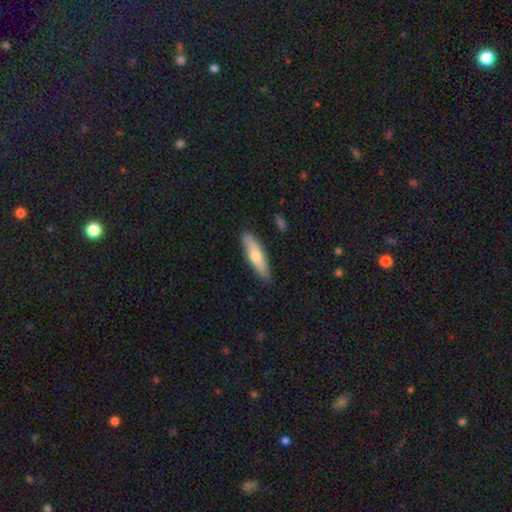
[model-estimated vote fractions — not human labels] A smooth galaxy with no disk features (64%) that is cigar-shaped (69%). Merging: none (85%).